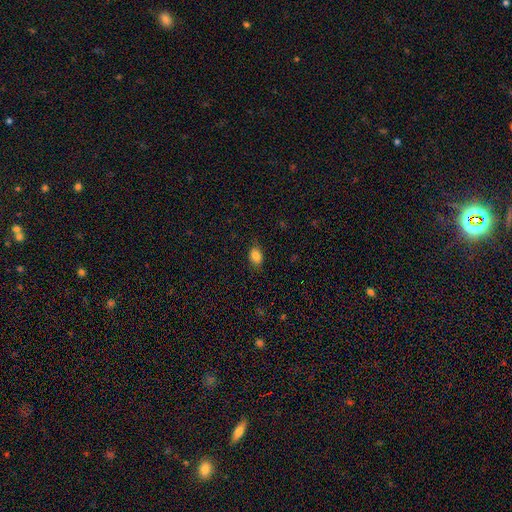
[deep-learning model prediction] smooth-or-featured: smooth: 84% | star or artifact: 9% | featured or disk: 7%
  how-rounded: in between: 81% | round: 18% | cigar-shaped: 2%
  merging: none: 80% | minor disturbance: 16% | major disturbance: 3% | merger: 1%